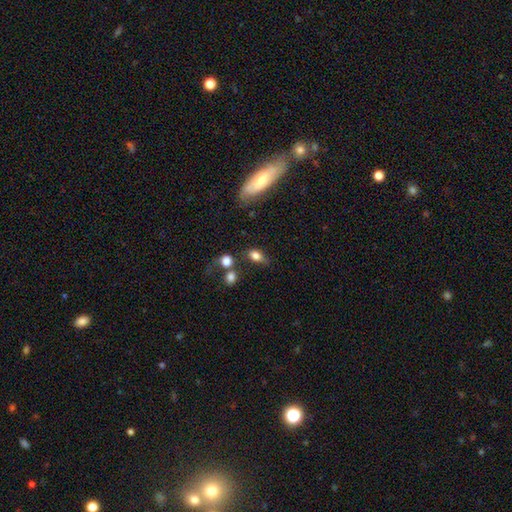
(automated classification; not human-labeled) A smooth galaxy with no disk features (80%) that is in between round and cigar-shaped (79%). Merging: none (58%).